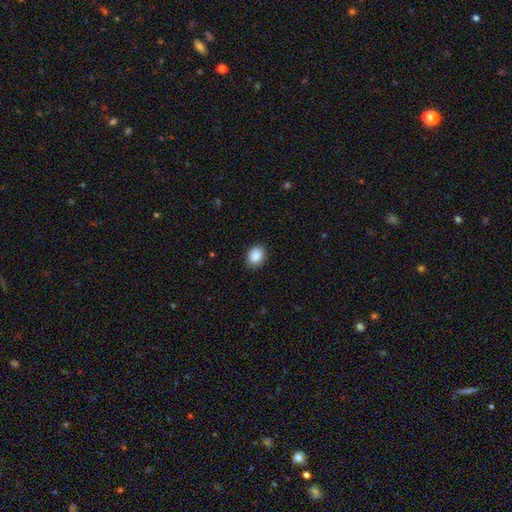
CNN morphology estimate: A smooth galaxy with no disk features (89%) that is round (54%).

Vote fractions:
- Smooth or featured? smooth: 89% / star or artifact: 8% / featured or disk: 3%
- How rounded? round: 54% / in between: 46% / cigar-shaped: 1%
- Merging? none: 88% / minor disturbance: 9% / major disturbance: 2% / merger: 1%